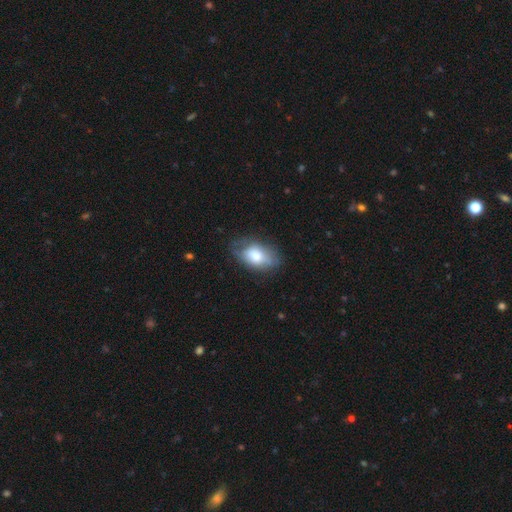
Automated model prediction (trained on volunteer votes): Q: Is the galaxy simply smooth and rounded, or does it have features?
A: smooth — 71%.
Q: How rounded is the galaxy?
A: in between — 90%.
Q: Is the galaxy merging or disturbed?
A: none — 60%.